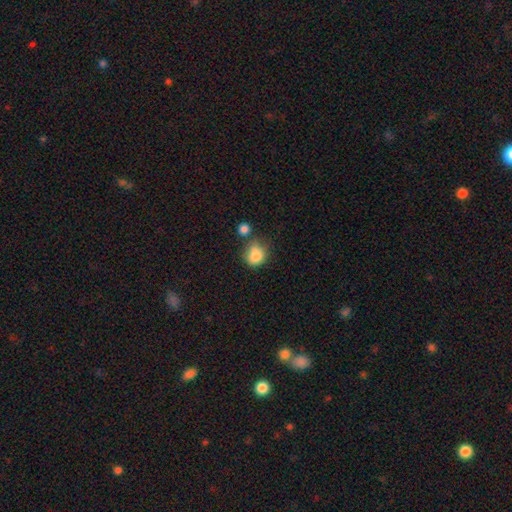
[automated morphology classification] Smooth or featured? Predicted: smooth (p=0.82). How rounded? Predicted: round (p=0.68). Merging? Predicted: none (p=0.47).